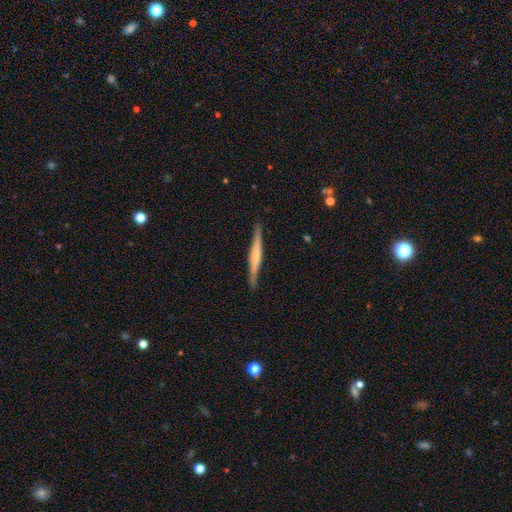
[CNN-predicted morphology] A featured or disk galaxy (64%) viewed edge-on (98%) with a rounded central bulge (61%). Merging: none (89%).